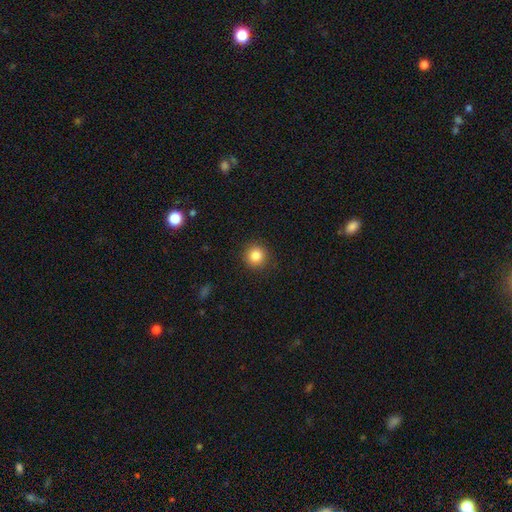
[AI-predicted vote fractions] smooth 85%, star or artifact 10%, featured or disk 5%. Down the decision tree: how rounded — round (93%); merging — none (90%).